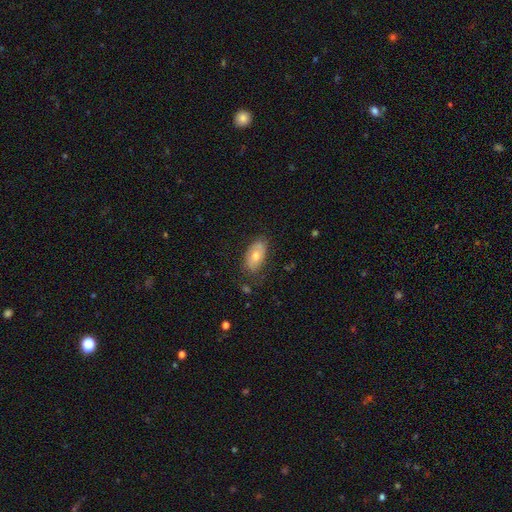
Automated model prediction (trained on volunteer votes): This appears to be a smooth galaxy with no disk features (59%) that is in between round and cigar-shaped (92%). Merging: none (72%).